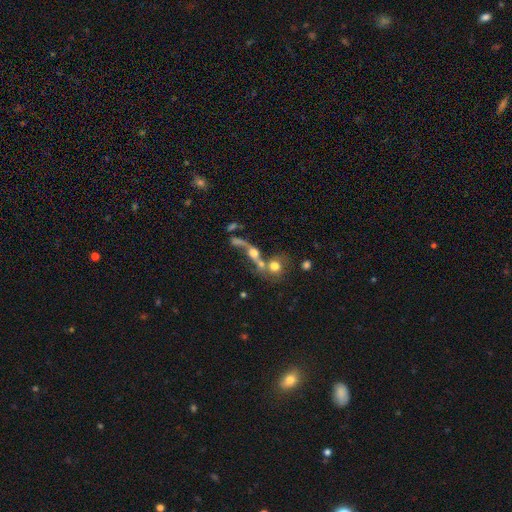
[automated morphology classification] A smooth galaxy with no disk features (41%). Merging: merger (42%).